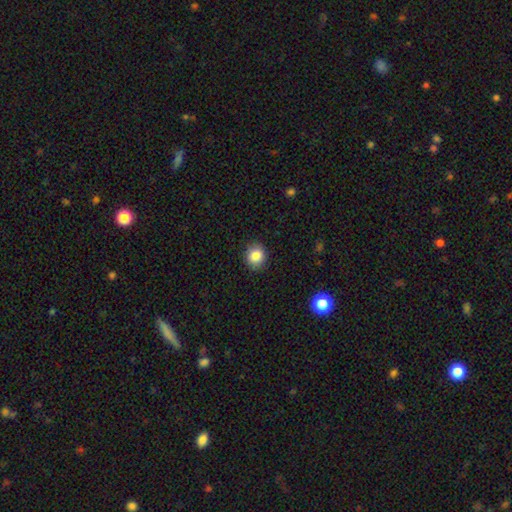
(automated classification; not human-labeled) A smooth galaxy with no disk features (85%) that is round (80%). Merging: none (89%).